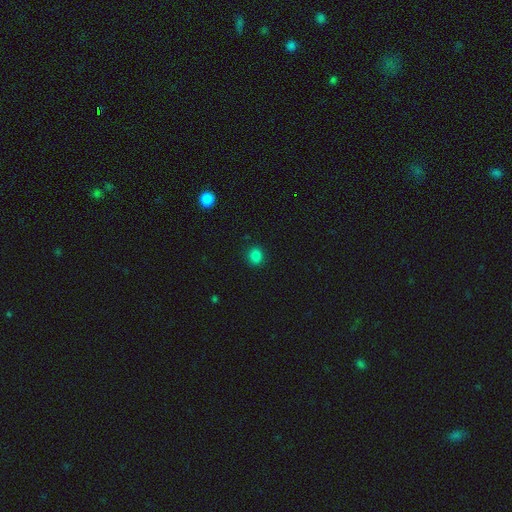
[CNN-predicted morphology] Smooth or featured? Predicted: smooth (p=0.83). How rounded? Predicted: round (p=0.73). Merging? Predicted: none (p=0.89).